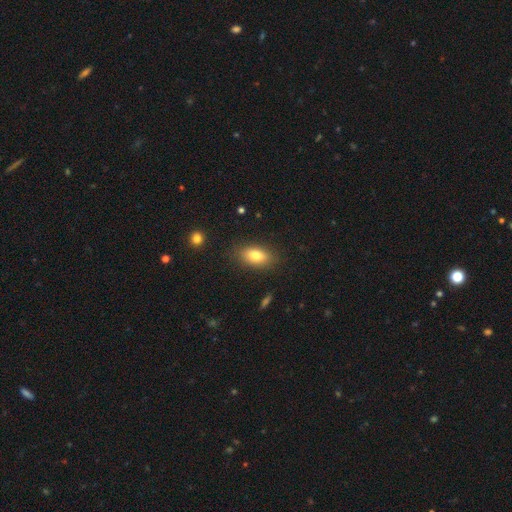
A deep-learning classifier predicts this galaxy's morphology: Overall: smooth (80%). How rounded: in between (88%). Merging: none (85%).